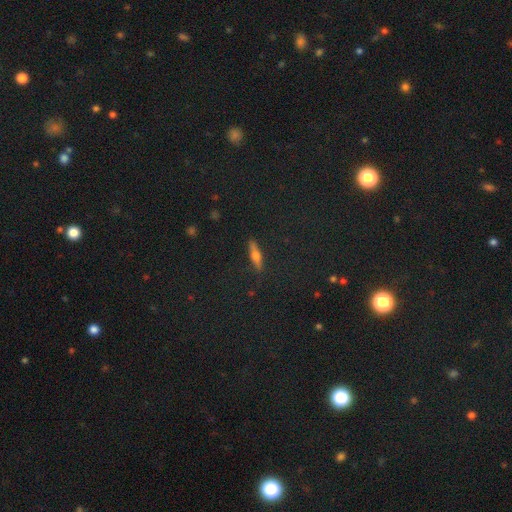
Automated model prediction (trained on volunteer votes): A smooth galaxy with no disk features (45%).

Vote fractions:
- Smooth or featured? smooth: 45% / featured or disk: 44% / star or artifact: 10%
- Merging? none: 88% / minor disturbance: 9% / major disturbance: 2% / merger: 1%